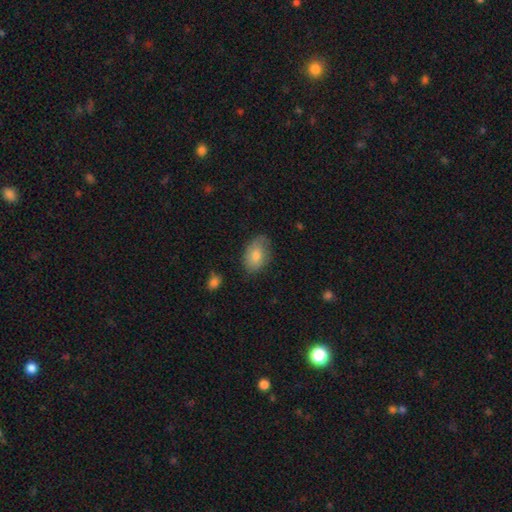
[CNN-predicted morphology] A smooth galaxy with no disk features (74%) that is in between round and cigar-shaped (87%). Merging: none (70%).